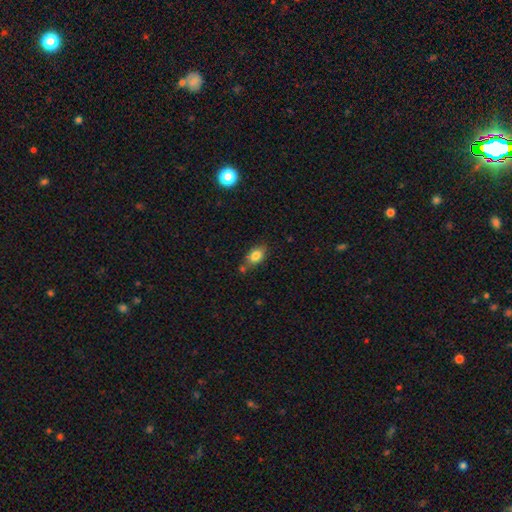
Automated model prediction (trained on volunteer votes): This appears to be a smooth galaxy with no disk features (82%) that is in between round and cigar-shaped (82%). Merging: none (65%).